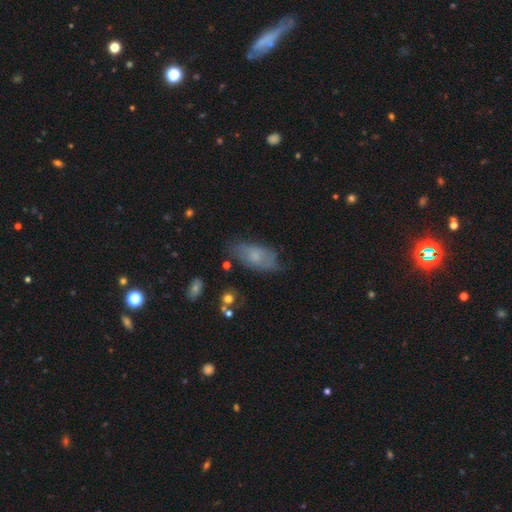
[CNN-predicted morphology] Smooth or featured? smooth (59%)
How rounded? in between (87%)
Merging? none (66%)